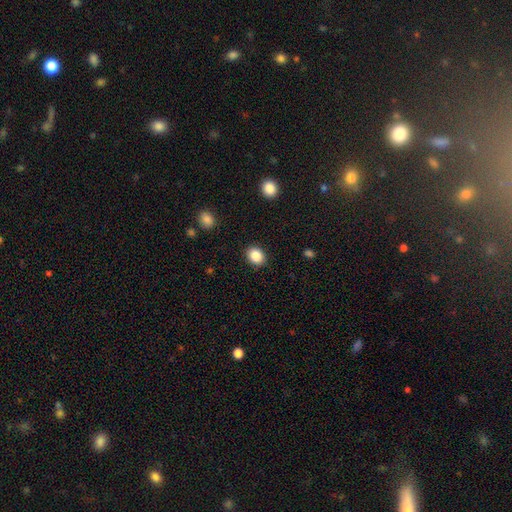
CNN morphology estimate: Smooth or featured: smooth — 87% (star or artifact — 9%)
How rounded: round — 54% (in between — 45%)
Merging: none — 89% (minor disturbance — 7%)